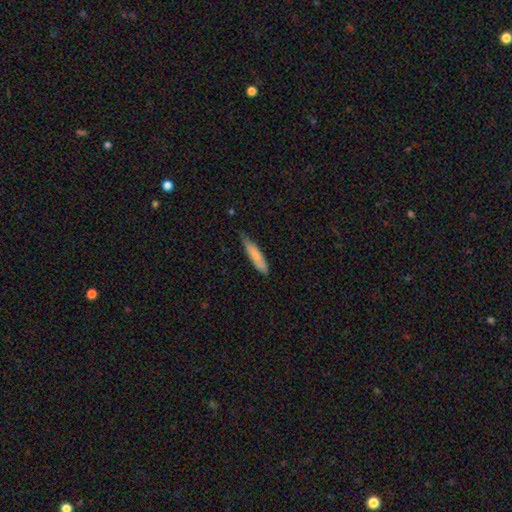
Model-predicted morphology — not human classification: The model was most divided on "merging": none: 71%, minor disturbance: 25%, major disturbance: 3%, merger: 1%. More confident: how rounded — cigar-shaped (84%); smooth or featured — smooth (79%).